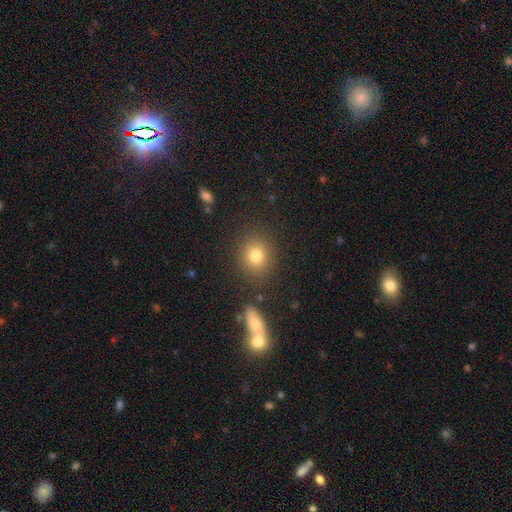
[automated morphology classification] This is likely a smooth galaxy (78%). How rounded: likely round (78%). Merging: clearly none (83%).